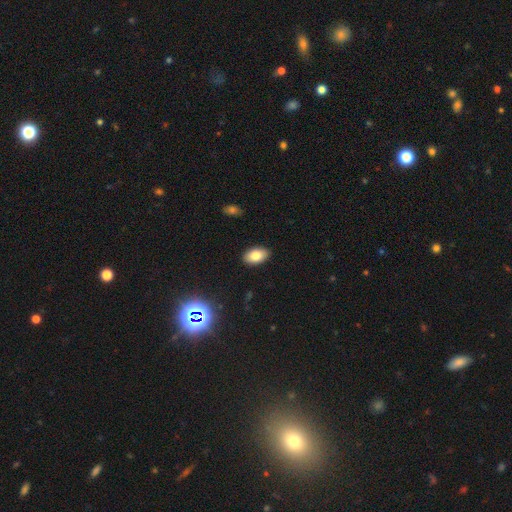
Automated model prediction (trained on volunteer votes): The model was most divided on "smooth or featured": smooth: 81%, featured or disk: 10%, star or artifact: 9%. More confident: how rounded — in between (93%); merging — none (89%).